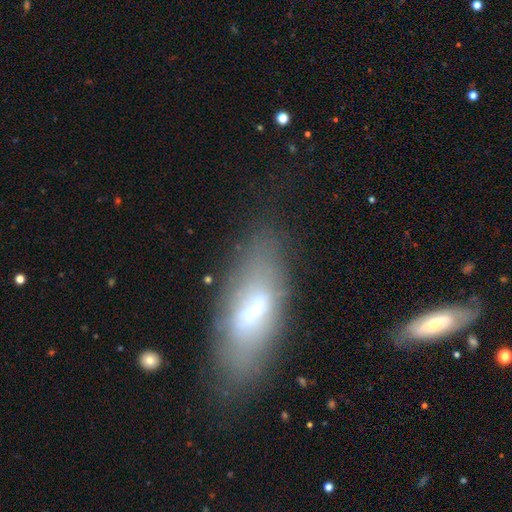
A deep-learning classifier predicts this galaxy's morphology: Overall: smooth (50%; featured or disk 38%). Merging: none (77%).